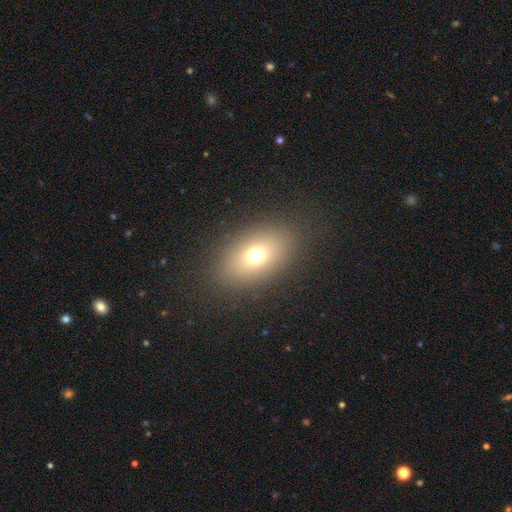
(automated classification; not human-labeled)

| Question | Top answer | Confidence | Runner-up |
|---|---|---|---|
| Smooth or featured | smooth | 70% | featured or disk (15%) |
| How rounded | in between | 81% | round (17%) |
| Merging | none | 86% | minor disturbance (8%) |